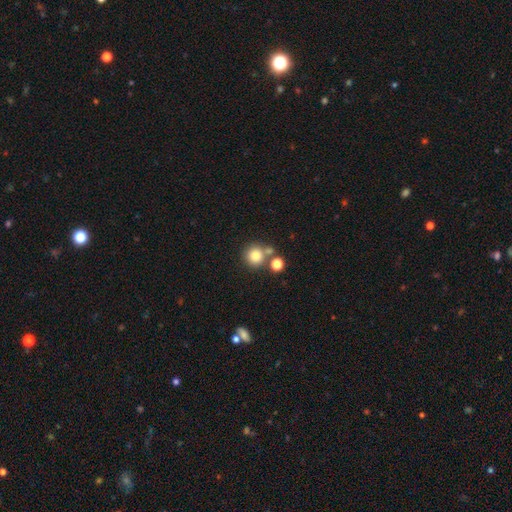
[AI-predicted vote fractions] Morphology: type=smooth (80%); roundness=round (92%); merging=none (67%).